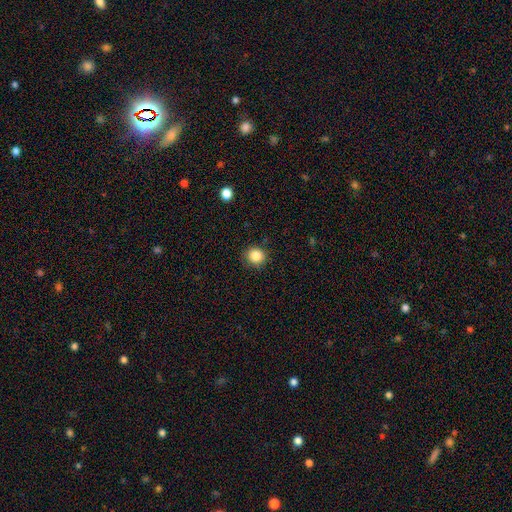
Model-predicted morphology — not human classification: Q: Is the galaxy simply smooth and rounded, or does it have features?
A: smooth — 85%.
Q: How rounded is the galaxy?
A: round — 89%.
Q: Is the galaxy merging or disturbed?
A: none — 88%.